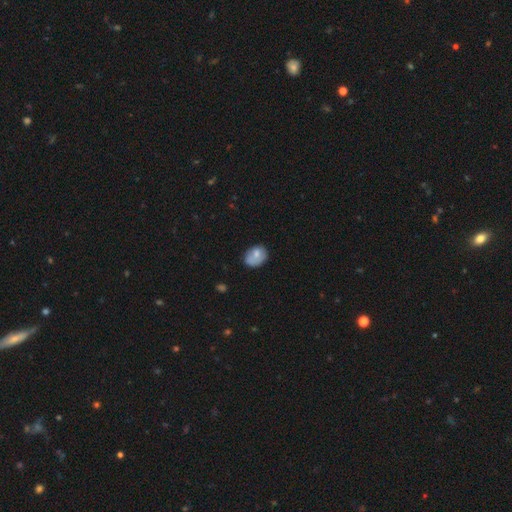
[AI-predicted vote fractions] Morphology: type=smooth (69%); roundness=in between (64%); merging=none (55%).